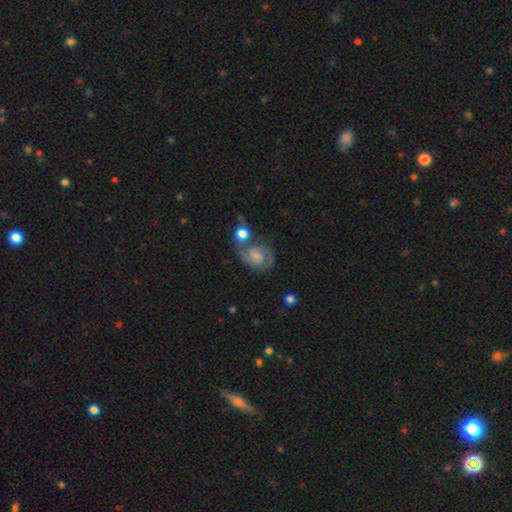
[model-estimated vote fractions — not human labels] A featured or disk galaxy (75%) with a weak bar (47%), 2 (86%) medium (51%) spiral arms (94%) and a small central bulge (50%). Merging: none (48%).